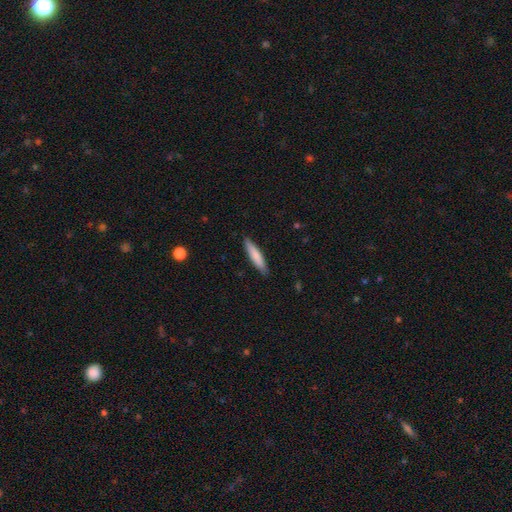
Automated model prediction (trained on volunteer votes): smooth-or-featured: smooth: 79% | featured or disk: 16% | star or artifact: 5%
  how-rounded: cigar-shaped: 87% | in between: 12% | round: 1%
  merging: none: 88% | minor disturbance: 9% | major disturbance: 2% | merger: 1%